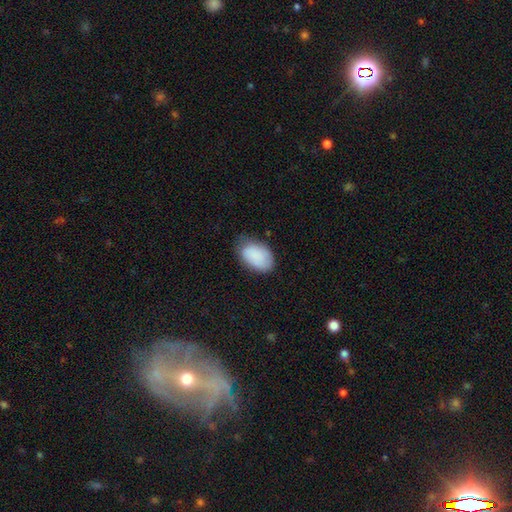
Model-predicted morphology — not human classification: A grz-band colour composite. It shows a smooth galaxy with no disk features (87%) that is in between round and cigar-shaped (92%). Merging: none (66%).